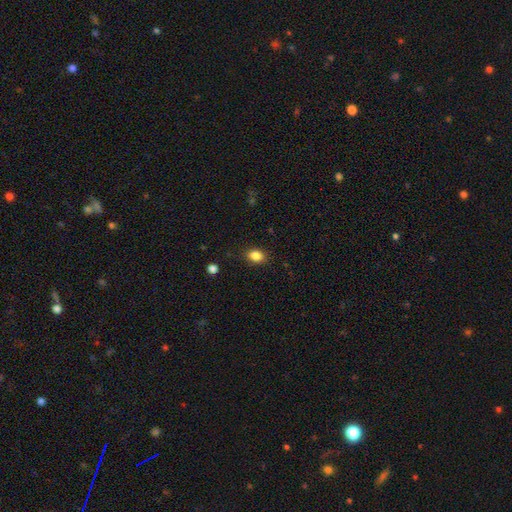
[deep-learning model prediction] Overall: smooth (86%). How rounded: in between (72%). Merging: none (87%).